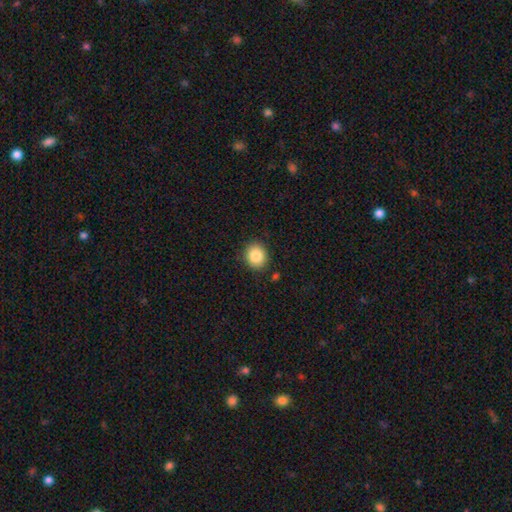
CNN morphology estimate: type=smooth (85%); roundness=round (77%); merging=none (88%).